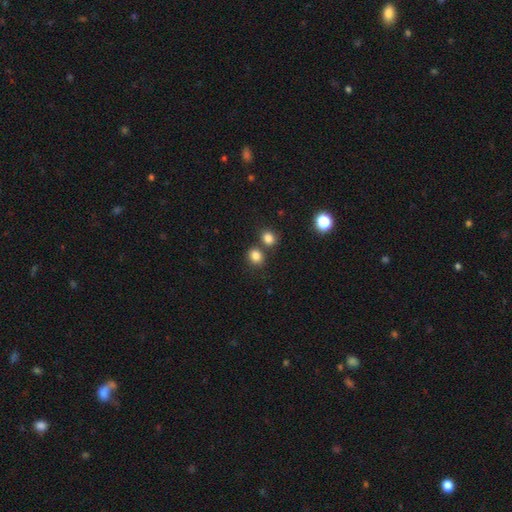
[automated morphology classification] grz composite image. It shows a smooth galaxy with no disk features (83%) that is round (70%). Merging: none (67%).